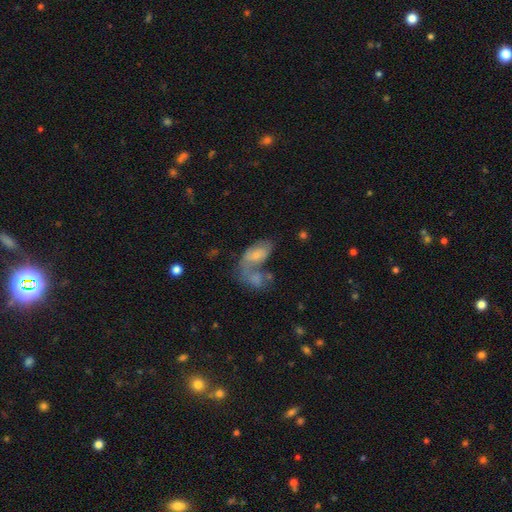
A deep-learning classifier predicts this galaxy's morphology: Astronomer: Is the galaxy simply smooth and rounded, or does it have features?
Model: smooth — 57% (runner-up: featured or disk, 35%).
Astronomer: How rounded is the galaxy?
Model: in between — 91%.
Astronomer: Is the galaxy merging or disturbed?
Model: merger — 52%.